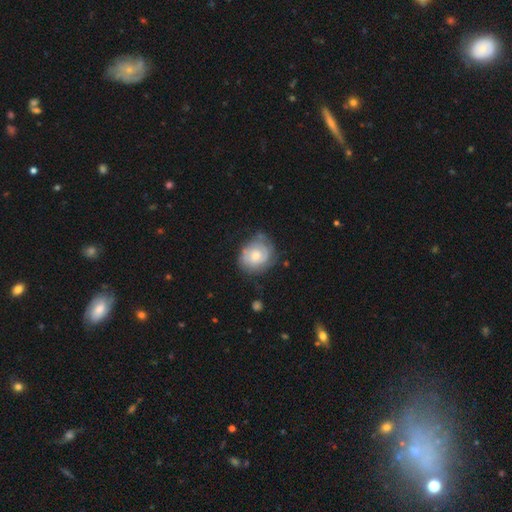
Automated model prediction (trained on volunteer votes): Smooth or featured? featured or disk (64%)
Edge-on disk? no (97%)
Bar? no (72%)
Spiral arms? yes (84%)
Spiral winding? tight (67%)
Spiral arm count? 2 (45%)
Bulge size? moderate (54%)
Merging? none (65%)